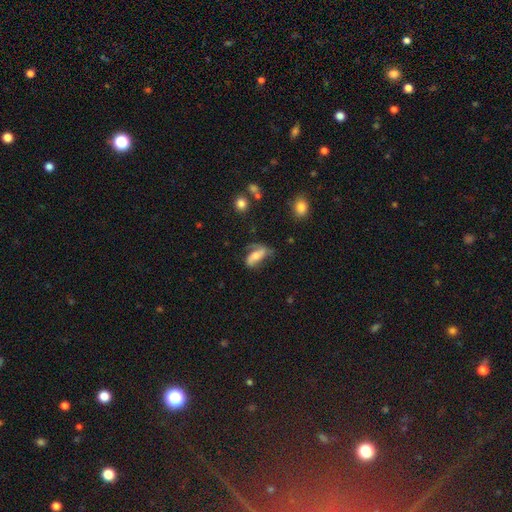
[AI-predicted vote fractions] smooth-or-featured: featured or disk: 52% | smooth: 40% | star or artifact: 8%
  disk-edge-on: no: 88% | yes: 12%
  merging: none: 43% | minor disturbance: 28% | major disturbance: 25% | merger: 4%